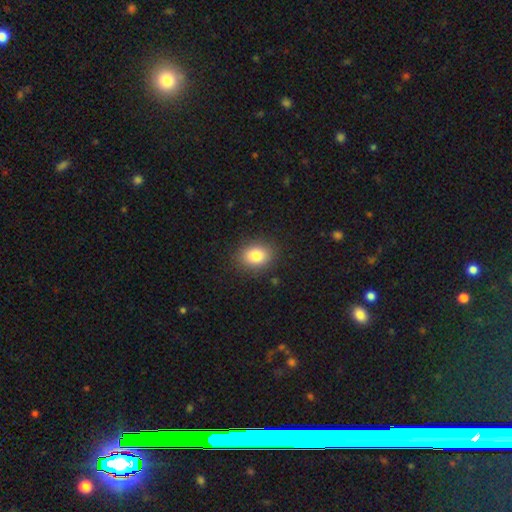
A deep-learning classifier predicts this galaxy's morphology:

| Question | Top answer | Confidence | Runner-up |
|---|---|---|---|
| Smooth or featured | smooth | 83% | star or artifact (10%) |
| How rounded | in between | 54% | round (45%) |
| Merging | none | 87% | minor disturbance (9%) |